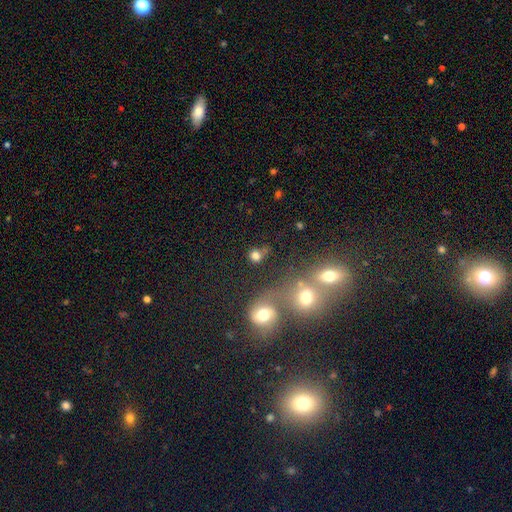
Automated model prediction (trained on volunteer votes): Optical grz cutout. It shows a smooth galaxy with no disk features (77%) that is round (82%). Merging: none (56%).